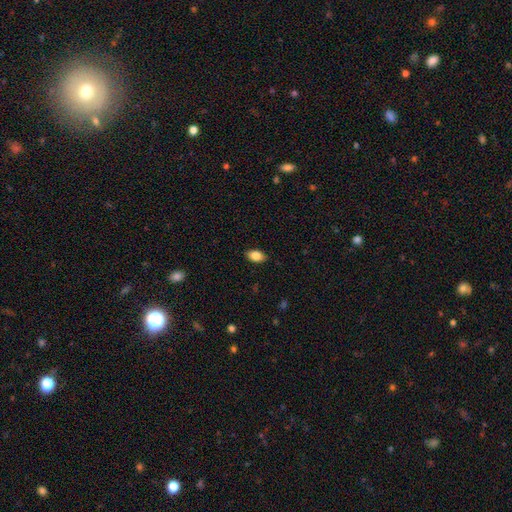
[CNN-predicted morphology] type=smooth (84%); roundness=in between (90%); merging=none (87%).